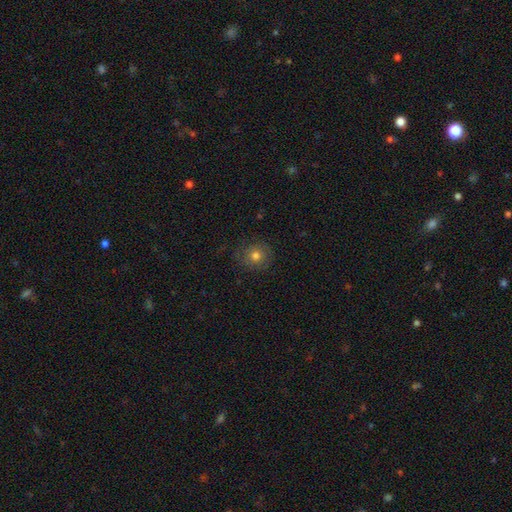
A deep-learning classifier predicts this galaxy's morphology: A smooth galaxy with no disk features (72%) that is round (91%). Merging: none (79%).